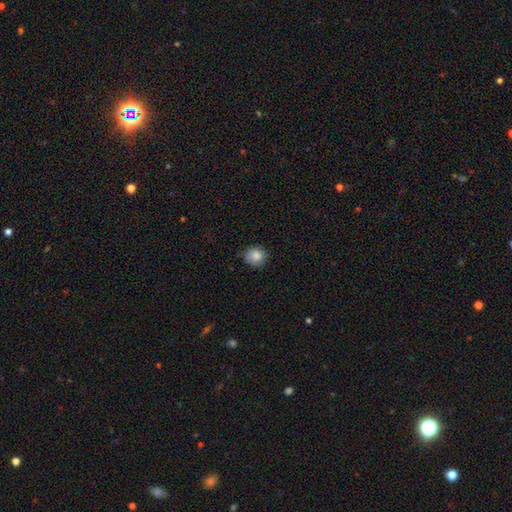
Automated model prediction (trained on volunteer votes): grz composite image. It shows a smooth galaxy with no disk features (86%) that is round (84%). Merging: none (82%).